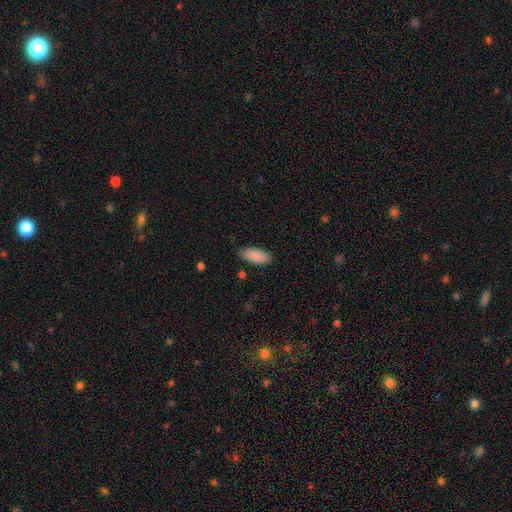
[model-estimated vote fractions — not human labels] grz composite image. It shows a smooth galaxy with no disk features (89%) that is in between round and cigar-shaped (86%). Merging: none (86%).